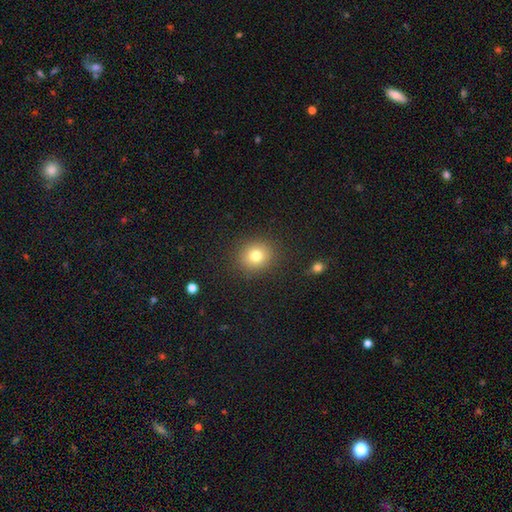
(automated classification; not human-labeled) Overall: smooth (78%). How rounded: round (82%). Merging: none (89%).